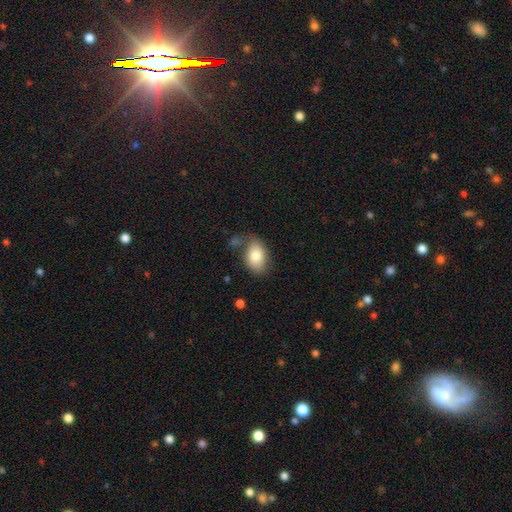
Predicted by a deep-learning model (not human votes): smooth 79%, featured or disk 13%, star or artifact 7%. Down the decision tree: how rounded — in between (84%); merging — none (66%).